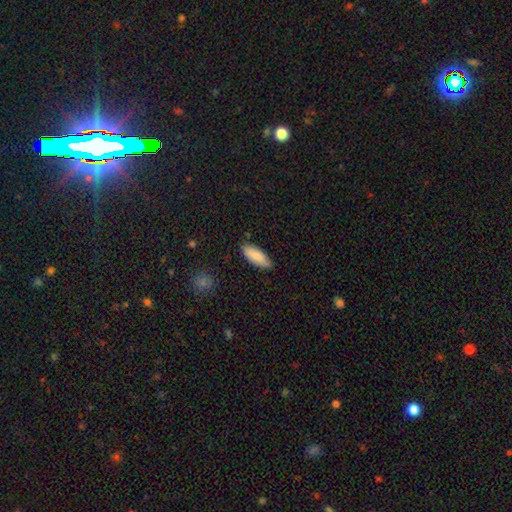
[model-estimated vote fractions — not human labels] smooth 87%, featured or disk 7%, star or artifact 6%. Down the decision tree: how rounded — in between (74%); merging — none (81%).